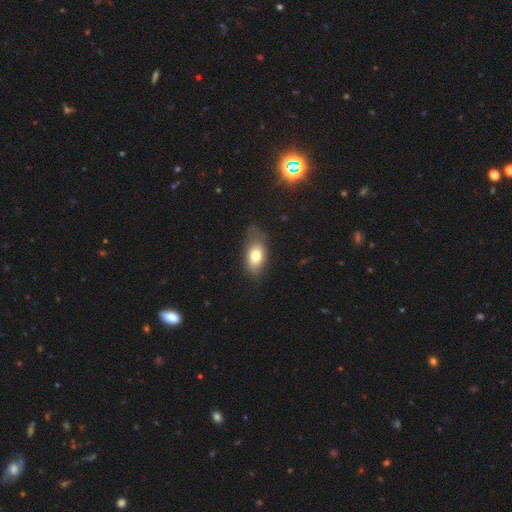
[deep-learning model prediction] Smooth or featured? smooth (74%)
How rounded? in between (88%)
Merging? none (59%)